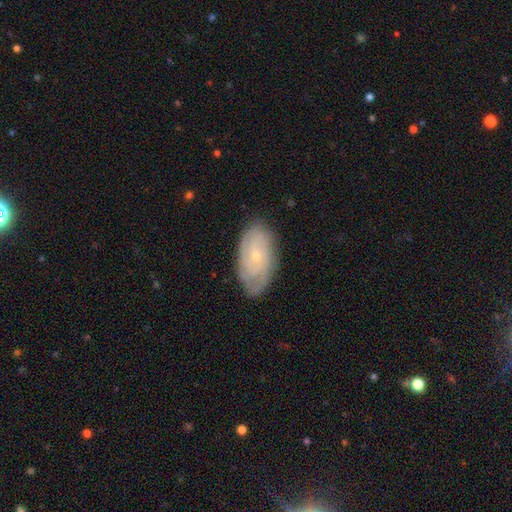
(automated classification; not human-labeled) The model was most divided on "smooth or featured": featured or disk: 64%, smooth: 28%, star or artifact: 7%. More confident: edge-on disk — no (93%); spiral arms — yes (84%); bar — no (80%); bulge size — small (79%); merging — none (79%).